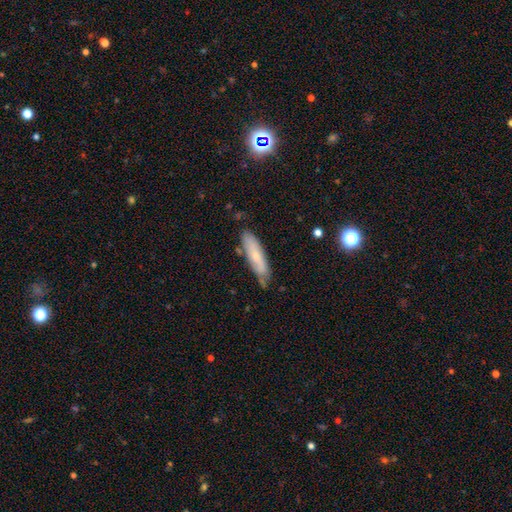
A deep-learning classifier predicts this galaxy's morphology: A smooth galaxy with no disk features (61%) that is cigar-shaped (72%). Merging: none (71%).